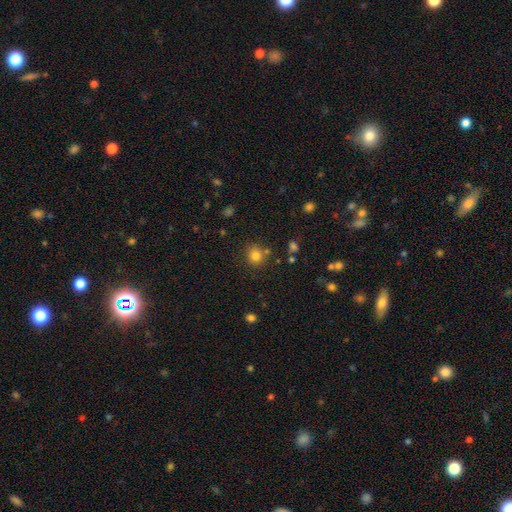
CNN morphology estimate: Overall: smooth (80%). How rounded: round (89%). Merging: none (79%).